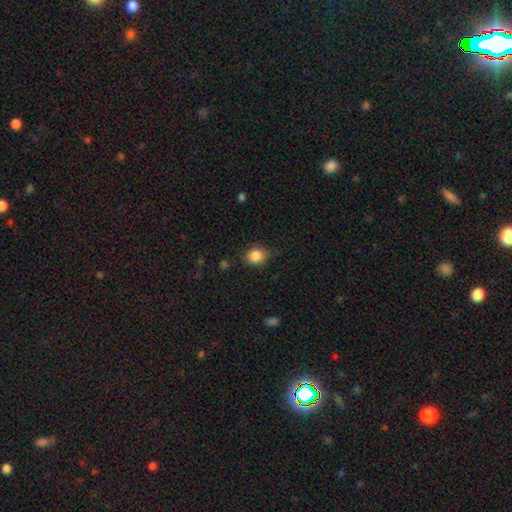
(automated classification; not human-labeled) smooth_or_featured: smooth (p=0.86) [alt: star or artifact p=0.09]
how_rounded: round (p=0.55) [alt: in between p=0.44]
merging: none (p=0.80) [alt: minor disturbance p=0.15]